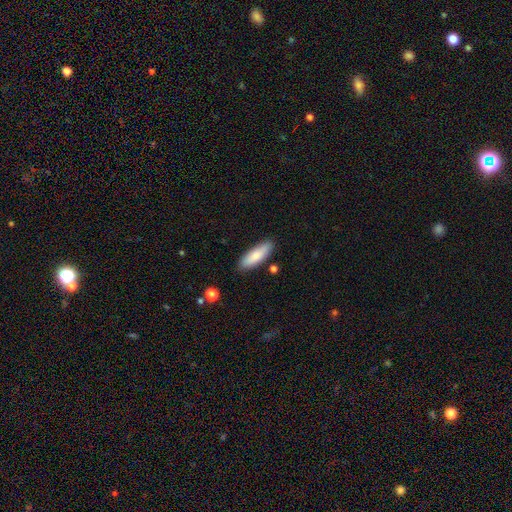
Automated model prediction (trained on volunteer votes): Smooth or featured? Predicted: smooth (p=0.81). How rounded? Predicted: in between (p=0.58). Merging? Predicted: none (p=0.84).